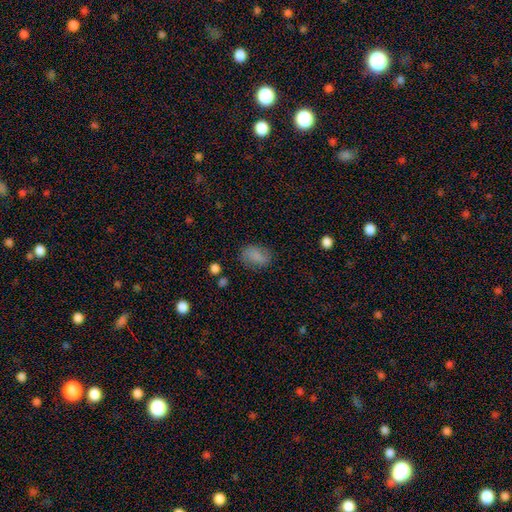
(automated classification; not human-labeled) Smooth or featured?
  - smooth: 82% *
  - star or artifact: 10%
  - featured or disk: 8%
How rounded?
  - in between: 80% *
  - round: 18%
  - cigar-shaped: 2%
Merging?
  - none: 76% *
  - minor disturbance: 17%
  - major disturbance: 5%
  - merger: 2%